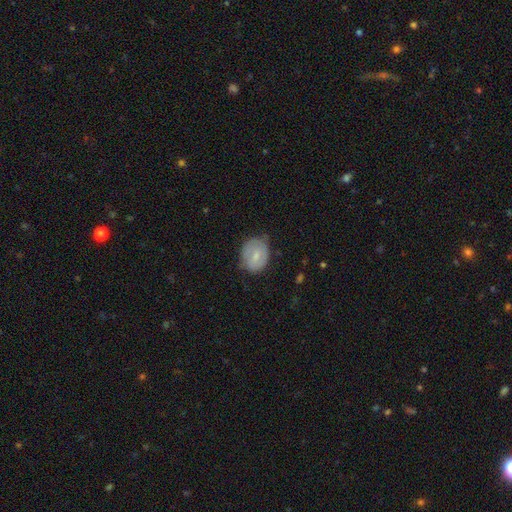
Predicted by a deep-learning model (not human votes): smooth-or-featured: smooth: 62% | featured or disk: 32% | star or artifact: 7%
  how-rounded: in between: 53% | round: 46% | cigar-shaped: 1%
  merging: none: 58% | minor disturbance: 32% | major disturbance: 8% | merger: 1%